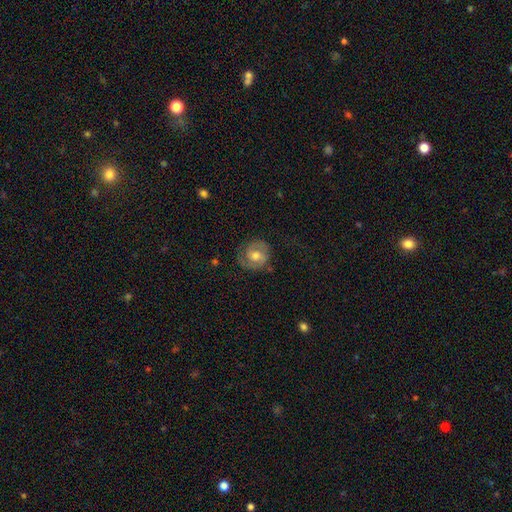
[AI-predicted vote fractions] smooth_or_featured: featured or disk (p=0.56) [alt: smooth p=0.36]
disk_edge_on: no (p=0.97) [alt: yes p=0.03]
bar: no (p=0.61) [alt: weak p=0.32]
has_spiral_arms: yes (p=0.82) [alt: no p=0.18]
bulge_size: moderate (p=0.71) [alt: small p=0.16]
merging: none (p=0.72) [alt: minor disturbance p=0.19]